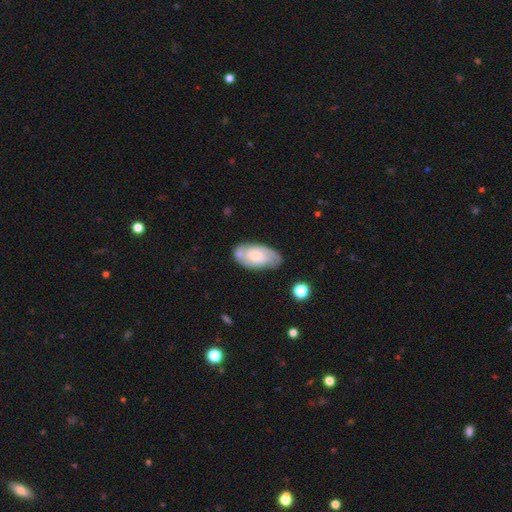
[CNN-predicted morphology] Smooth or featured?
  - featured or disk: 60% *
  - smooth: 34%
  - star or artifact: 6%
Edge-on disk?
  - no: 93% *
  - yes: 7%
Bar?
  - no: 70% *
  - weak: 26%
  - strong: 4%
Spiral arms?
  - yes: 84% *
  - no: 16%
Bulge size?
  - small: 46% *
  - moderate: 44%
  - large: 6%
  - none: 3%
  - dominant: 1%
Merging?
  - none: 68% *
  - minor disturbance: 21%
  - merger: 6%
  - major disturbance: 5%